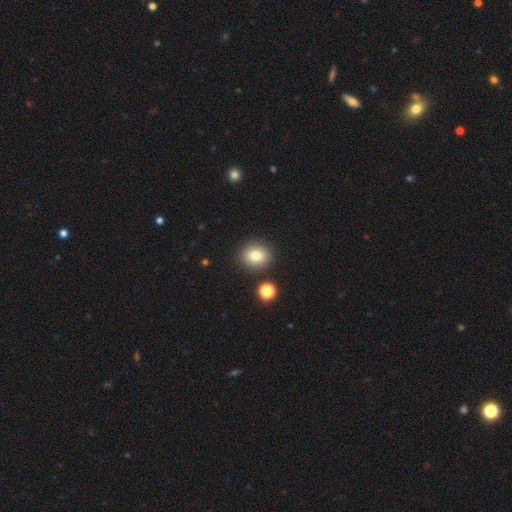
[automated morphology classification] Smooth or featured?
  - smooth: 81% *
  - star or artifact: 11%
  - featured or disk: 7%
How rounded?
  - round: 74% *
  - in between: 25%
  - cigar-shaped: 1%
Merging?
  - none: 86% *
  - minor disturbance: 7%
  - merger: 4%
  - major disturbance: 2%